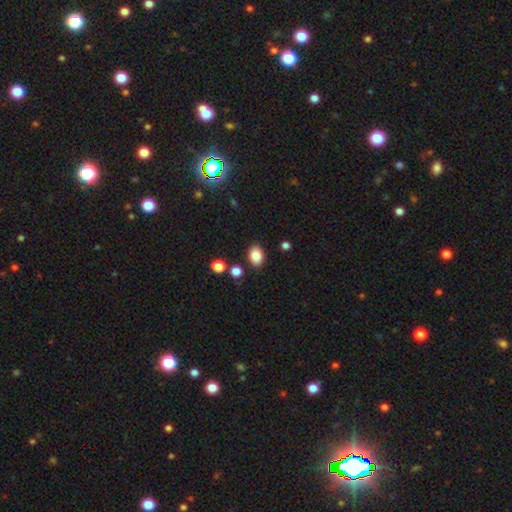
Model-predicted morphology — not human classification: Overall: smooth (85%). How rounded: in between (72%). Merging: none (84%).